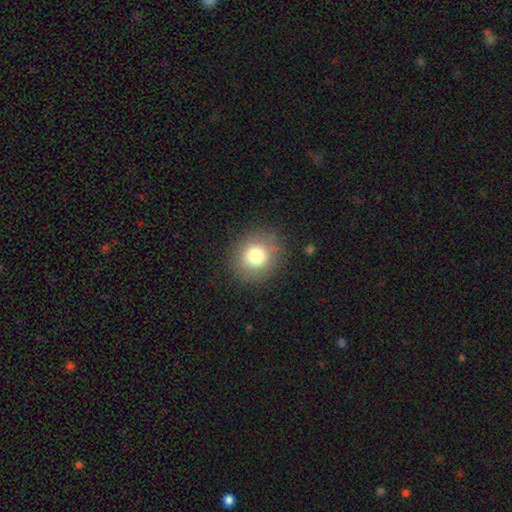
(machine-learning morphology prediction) smooth-or-featured: smooth: 78% | star or artifact: 11% | featured or disk: 11%
  how-rounded: round: 84% | in between: 15% | cigar-shaped: 1%
  merging: none: 85% | minor disturbance: 10% | major disturbance: 4% | merger: 1%